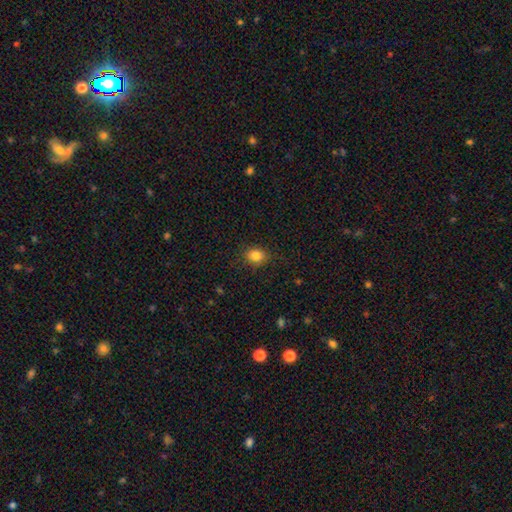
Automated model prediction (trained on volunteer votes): Smooth or featured? Predicted: smooth (p=0.84). How rounded? Predicted: round (p=0.51). Merging? Predicted: none (p=0.84).